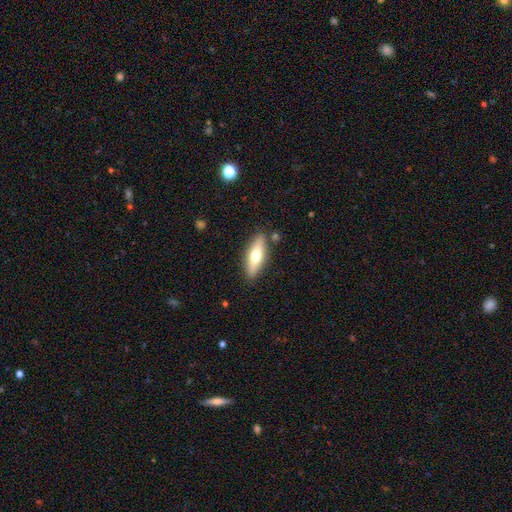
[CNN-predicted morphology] smooth 57%, featured or disk 36%, star or artifact 6%. Down the decision tree: how rounded — in between (52%); merging — none (85%).